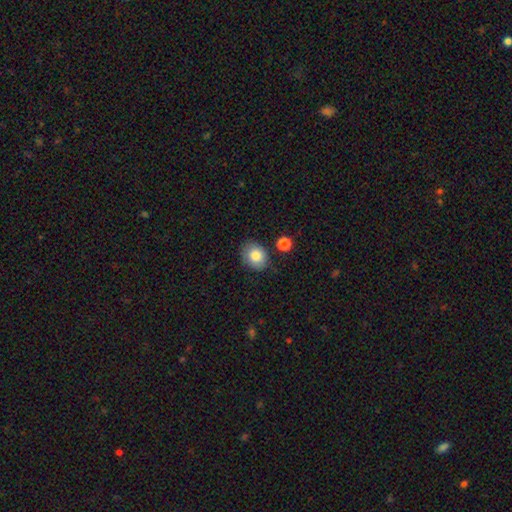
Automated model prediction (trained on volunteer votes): Overall: smooth (83%). How rounded: round (55%; in between 44%). Merging: none (79%).